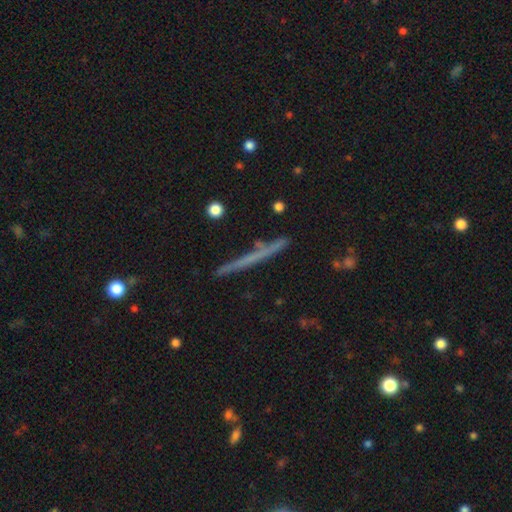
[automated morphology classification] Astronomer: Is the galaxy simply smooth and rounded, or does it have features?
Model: featured or disk — 47% (runner-up: smooth, 41%).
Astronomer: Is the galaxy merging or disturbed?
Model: none — 85%.